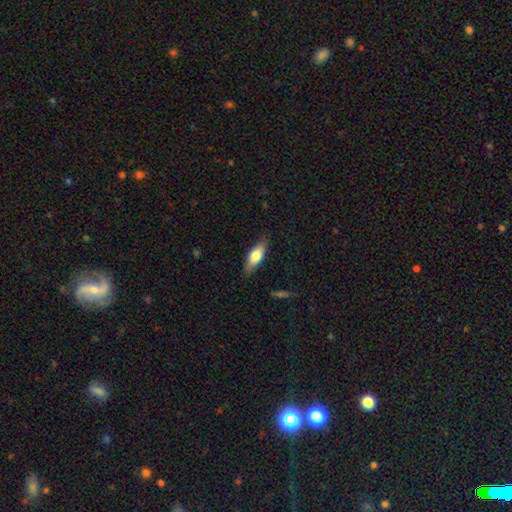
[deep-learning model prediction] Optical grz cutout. It shows a smooth galaxy with no disk features (71%) that is in between round and cigar-shaped (67%). Merging: none (83%).